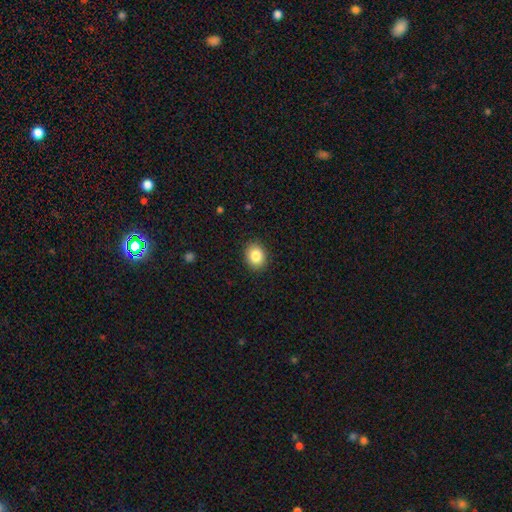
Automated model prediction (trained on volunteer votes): A smooth galaxy with no disk features (84%) that is round (55%). Merging: none (89%).